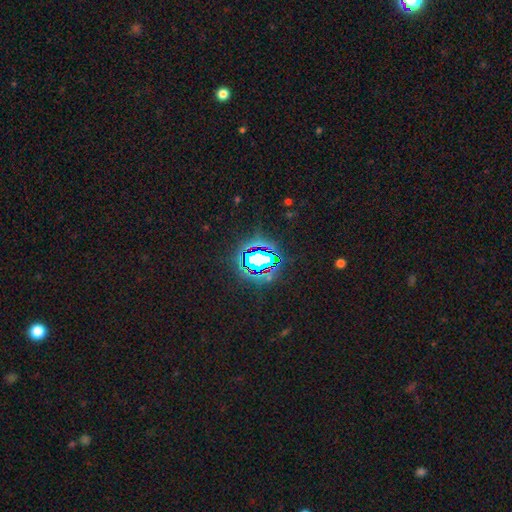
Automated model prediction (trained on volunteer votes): Morphology: type=star or artifact (74%).